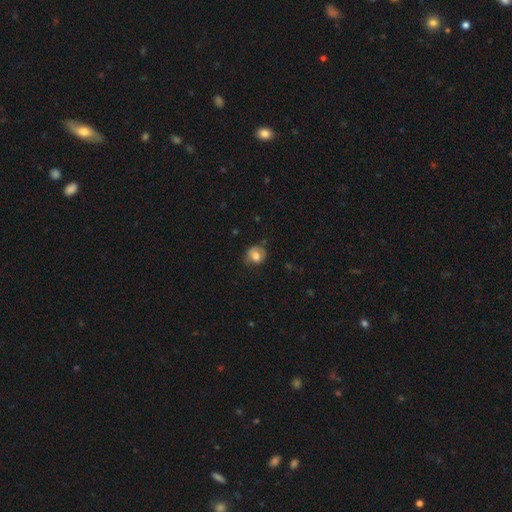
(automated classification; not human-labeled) This is likely a smooth galaxy (69%). How rounded: likely round (70%). Merging: likely none (61%).